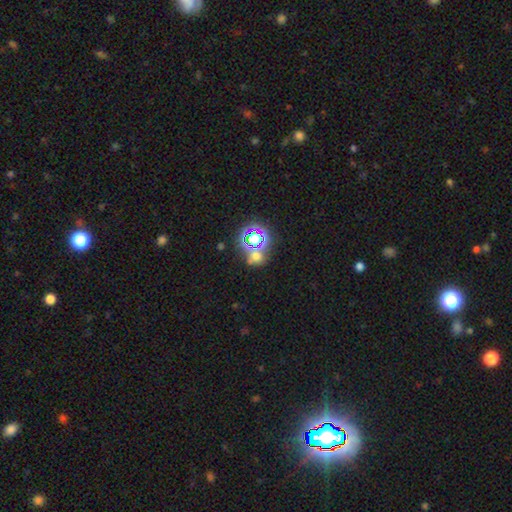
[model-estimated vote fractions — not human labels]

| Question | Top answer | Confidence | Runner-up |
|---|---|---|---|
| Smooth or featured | star or artifact | 49% | smooth (40%) |